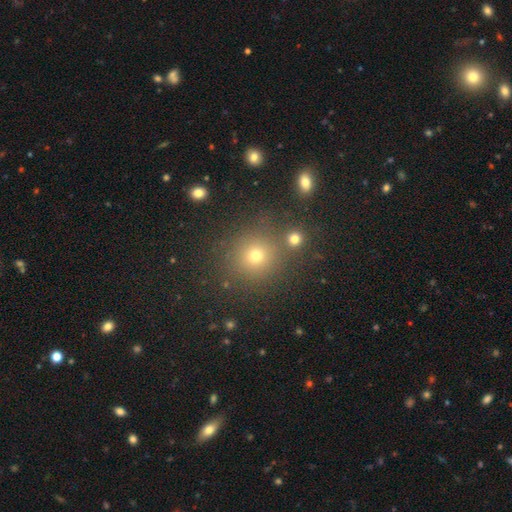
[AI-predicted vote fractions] Smooth or featured? Predicted: smooth (p=0.70). How rounded? Predicted: round (p=0.89). Merging? Predicted: none (p=0.79).